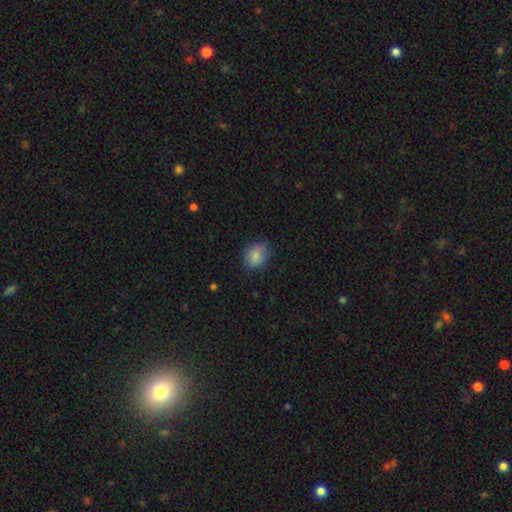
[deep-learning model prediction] Morphology: type=smooth (85%); roundness=in between (51%); merging=none (75%).